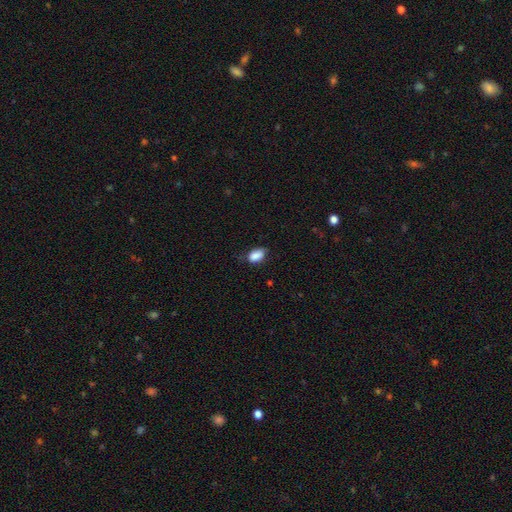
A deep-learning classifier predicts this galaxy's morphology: smooth-or-featured: smooth: 87% | star or artifact: 8% | featured or disk: 5%
  how-rounded: in between: 88% | round: 10% | cigar-shaped: 2%
  merging: none: 64% | minor disturbance: 29% | major disturbance: 6% | merger: 1%